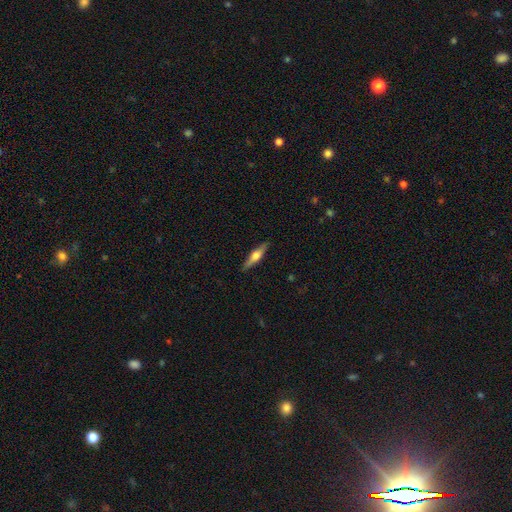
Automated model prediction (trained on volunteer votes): This is possibly a featured or disk galaxy (59%). It is clearly viewed edge-on (96%). Edge-on bulge: clearly rounded (90%). Merging: clearly none (89%).